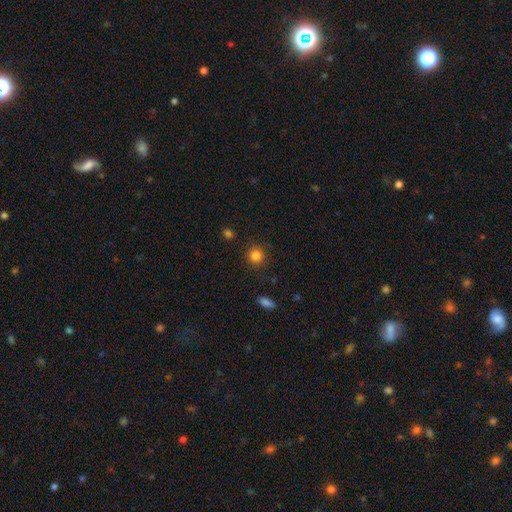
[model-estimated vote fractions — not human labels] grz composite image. It shows a smooth galaxy with no disk features (83%) that is round (92%). Merging: none (89%).